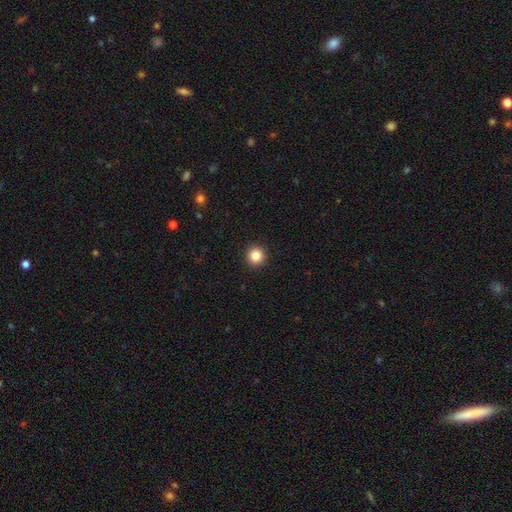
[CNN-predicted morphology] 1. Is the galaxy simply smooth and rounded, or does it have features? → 86% smooth, 10% star or artifact, 4% featured or disk.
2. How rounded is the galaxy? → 95% round, 4% in between, 1% cigar-shaped.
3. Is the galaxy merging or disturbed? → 93% none, 4% minor disturbance, 2% major disturbance, 1% merger.